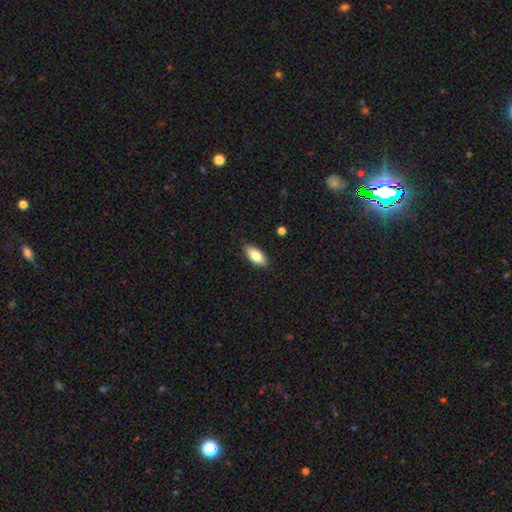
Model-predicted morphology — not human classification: smooth_or_featured: smooth (p=0.80) [alt: featured or disk p=0.13]
how_rounded: in between (p=0.86) [alt: cigar-shaped p=0.12]
merging: none (p=0.88) [alt: minor disturbance p=0.09]